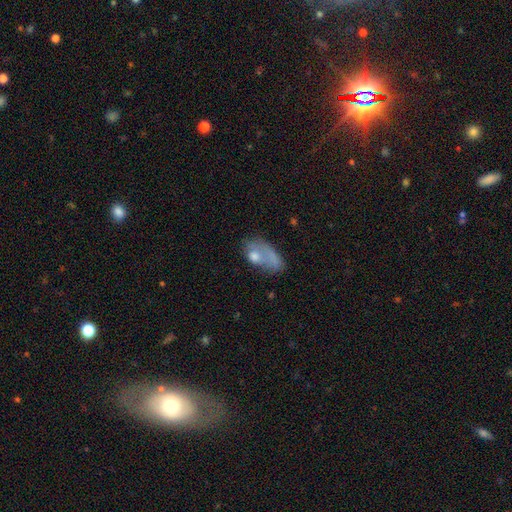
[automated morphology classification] Smooth or featured?
  - smooth: 59% *
  - featured or disk: 31%
  - star or artifact: 10%
How rounded?
  - in between: 86% *
  - round: 9%
  - cigar-shaped: 5%
Merging?
  - major disturbance: 33% *
  - none: 28%
  - minor disturbance: 22%
  - merger: 16%